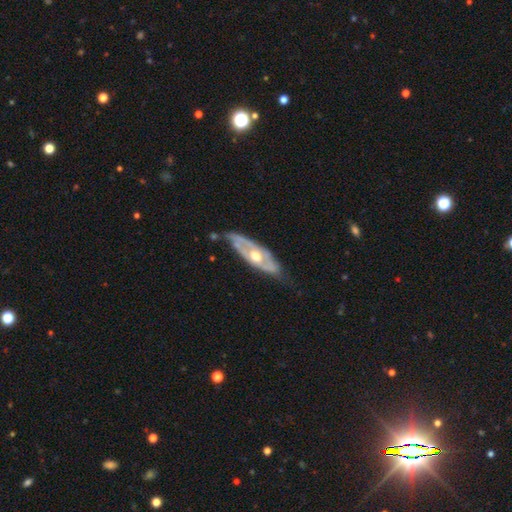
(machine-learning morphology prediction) type=featured or disk (77%); edge-on=no (73%); bar=no (74%); spiral arms=yes (61%); bulge=moderate (76%); merging=none (65%).